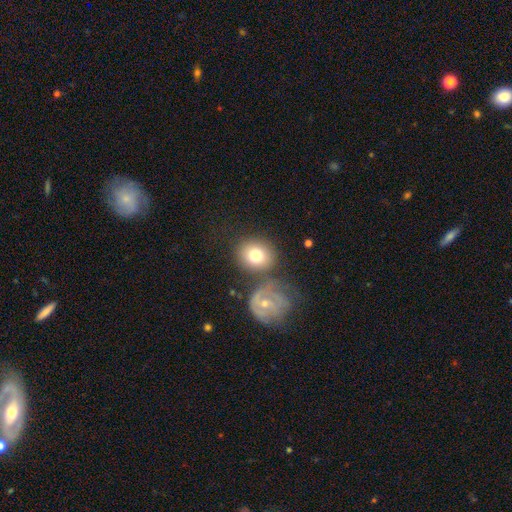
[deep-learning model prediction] Smooth or featured? Predicted: smooth (p=0.75). How rounded? Predicted: round (p=0.73). Merging? Predicted: none (p=0.63).